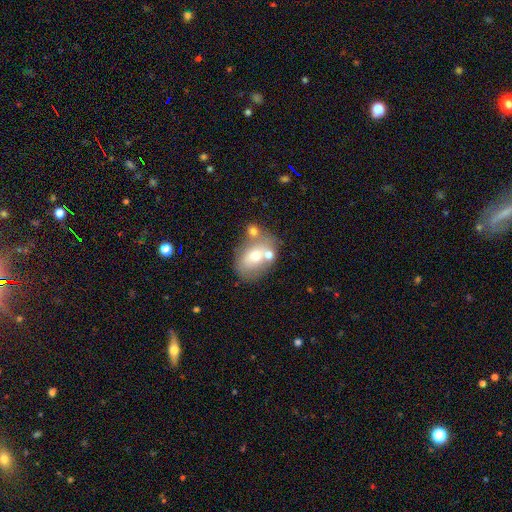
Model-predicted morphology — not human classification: A smooth galaxy with no disk features (59%) that is in between round and cigar-shaped (72%). Merging: none (45%).